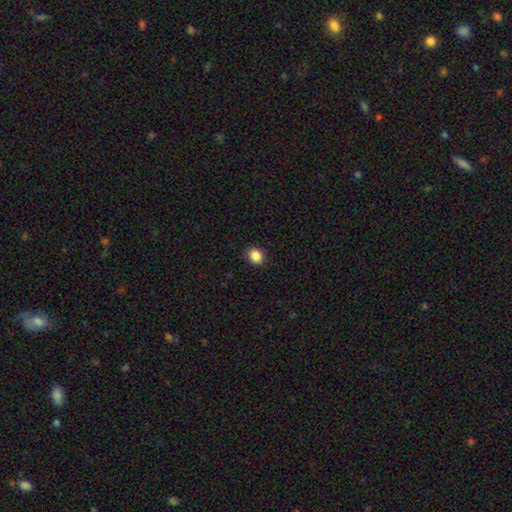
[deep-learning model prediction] smooth-or-featured: smooth: 88% | star or artifact: 10% | featured or disk: 3%
  how-rounded: round: 66% | in between: 33% | cigar-shaped: 1%
  merging: none: 91% | minor disturbance: 6% | major disturbance: 2% | merger: 1%